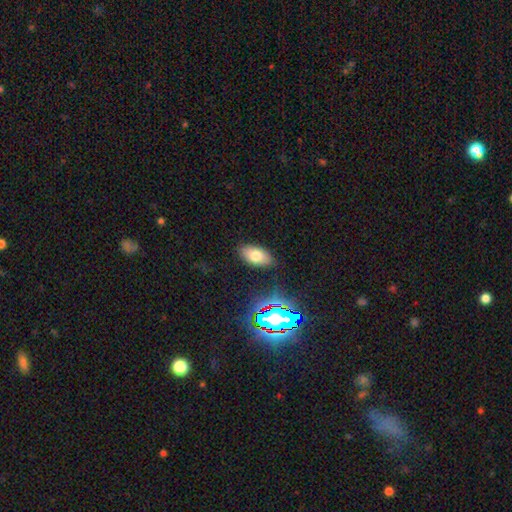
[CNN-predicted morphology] A smooth galaxy with no disk features (72%) that is in between round and cigar-shaped (92%). Merging: none (85%).